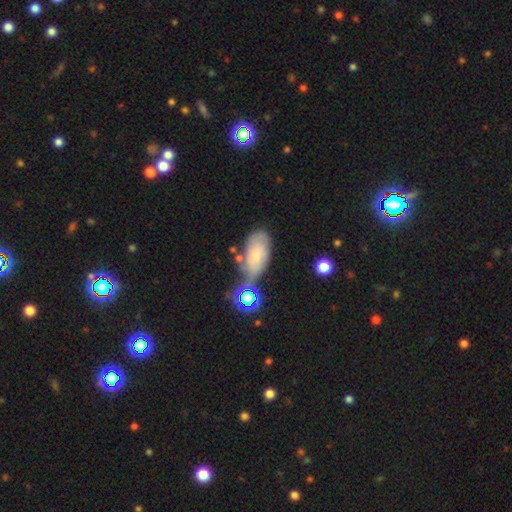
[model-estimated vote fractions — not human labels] Overall: smooth (47%; featured or disk 41%). Merging: none (49%; minor disturbance 25%).